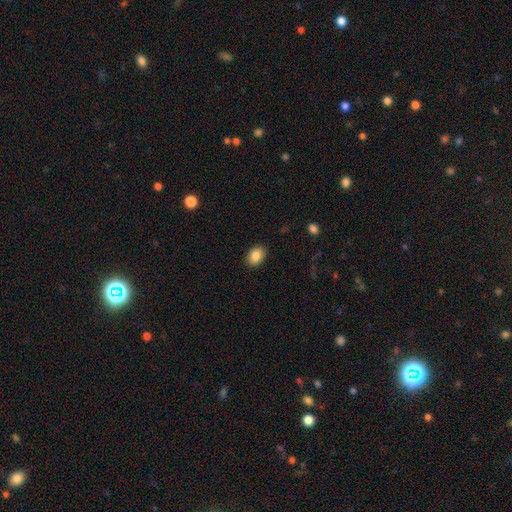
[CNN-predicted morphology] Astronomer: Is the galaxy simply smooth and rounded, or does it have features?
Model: smooth — 87%.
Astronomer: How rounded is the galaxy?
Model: in between — 77%.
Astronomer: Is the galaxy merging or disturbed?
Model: none — 89%.